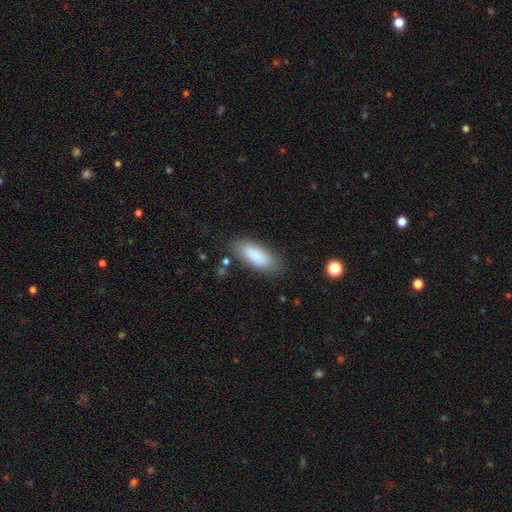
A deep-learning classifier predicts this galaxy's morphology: Smooth or featured?
  - smooth: 87% *
  - star or artifact: 7%
  - featured or disk: 7%
How rounded?
  - in between: 77% *
  - cigar-shaped: 21%
  - round: 2%
Merging?
  - none: 80% *
  - minor disturbance: 14%
  - major disturbance: 4%
  - merger: 2%